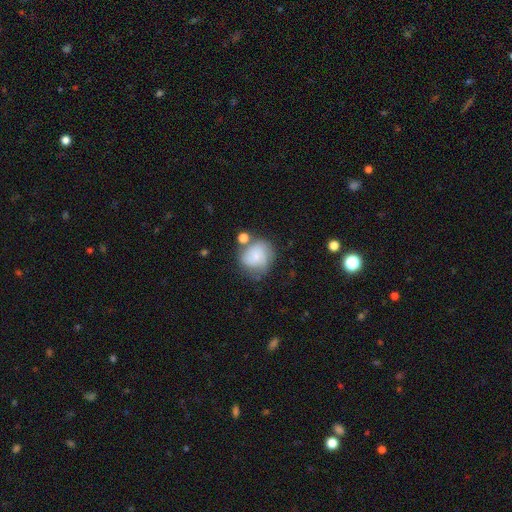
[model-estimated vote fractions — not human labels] Smooth or featured? smooth (57%)
How rounded? round (75%)
Merging? none (49%)